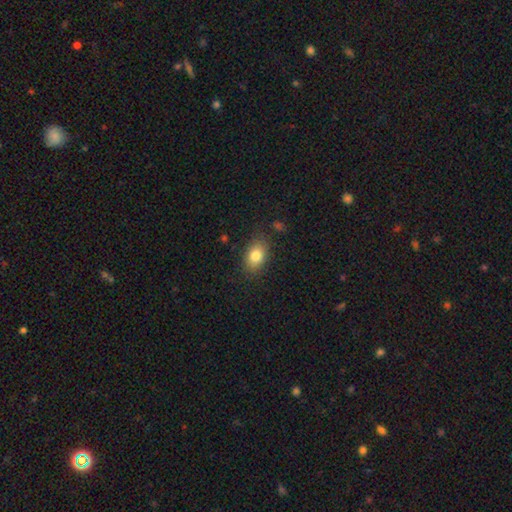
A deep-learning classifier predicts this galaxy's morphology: A smooth galaxy with no disk features (82%) that is in between round and cigar-shaped (83%). Merging: none (81%).